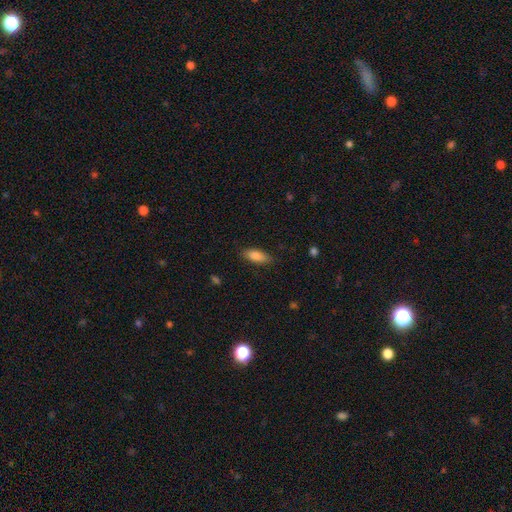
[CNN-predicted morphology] A smooth galaxy with no disk features (84%) that is in between round and cigar-shaped (74%).

Vote fractions:
- Smooth or featured? smooth: 84% / featured or disk: 9% / star or artifact: 7%
- How rounded? in between: 74% / cigar-shaped: 24% / round: 2%
- Merging? none: 84% / minor disturbance: 13% / major disturbance: 3% / merger: 1%